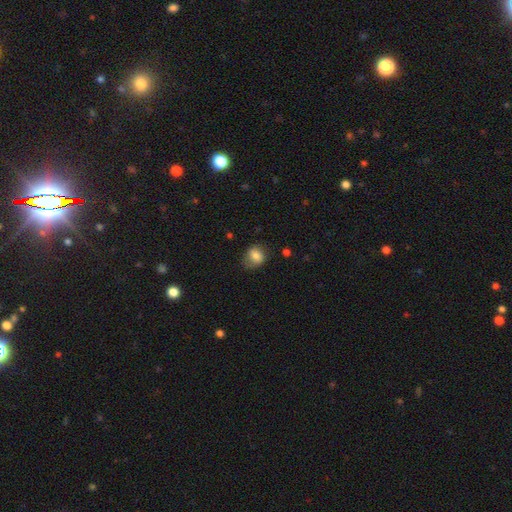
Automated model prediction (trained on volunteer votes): A smooth galaxy with no disk features (77%) that is round (60%).

Vote fractions:
- Smooth or featured? smooth: 77% / featured or disk: 14% / star or artifact: 9%
- How rounded? round: 60% / in between: 40% / cigar-shaped: 1%
- Merging? none: 62% / minor disturbance: 26% / major disturbance: 10% / merger: 2%